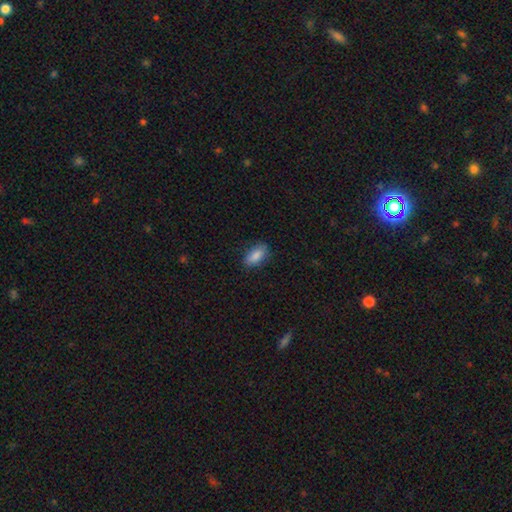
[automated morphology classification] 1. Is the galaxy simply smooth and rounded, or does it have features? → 86% smooth, 7% featured or disk, 7% star or artifact.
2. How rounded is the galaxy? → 88% in between, 8% cigar-shaped, 4% round.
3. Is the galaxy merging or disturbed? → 81% none, 15% minor disturbance, 3% major disturbance, 1% merger.